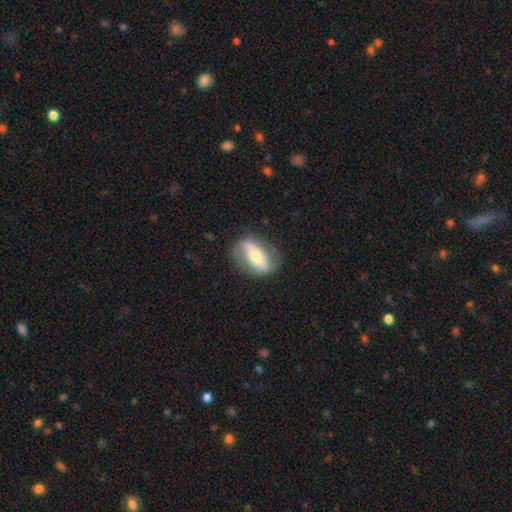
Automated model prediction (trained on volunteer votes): Morphology: type=featured or disk (61%); edge-on=no (88%); bar=strong (42%); spiral arms=yes (66%); bulge=moderate (57%); merging=none (76%).